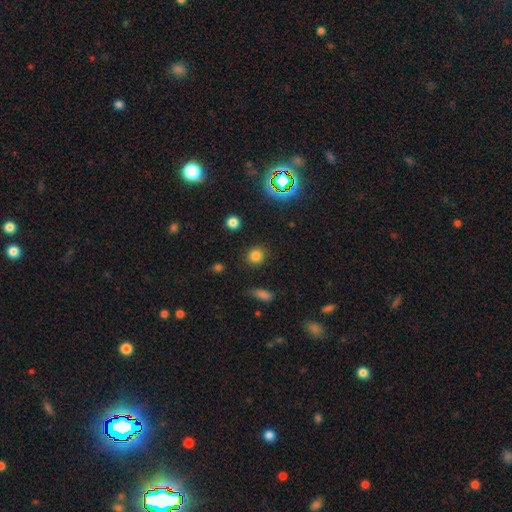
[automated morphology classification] Smooth or featured? smooth (80%)
How rounded? round (88%)
Merging? none (87%)